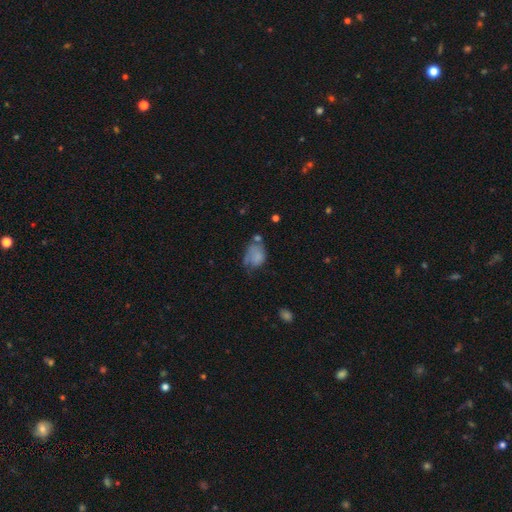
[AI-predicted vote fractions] Smooth or featured? Predicted: smooth (p=0.67). How rounded? Predicted: in between (p=0.70). Merging? Predicted: none (p=0.31).